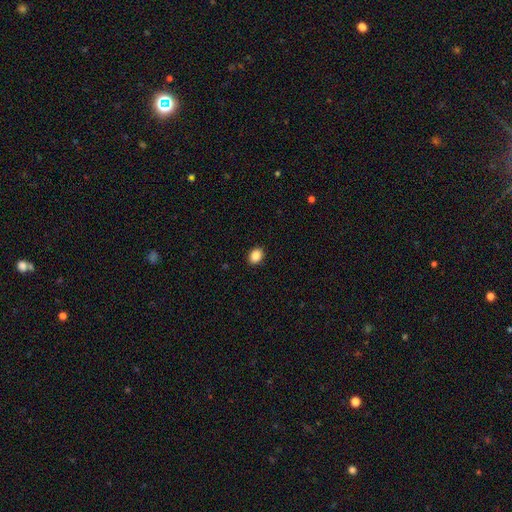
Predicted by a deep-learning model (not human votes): smooth_or_featured: smooth (p=0.89) [alt: star or artifact p=0.08]
how_rounded: in between (p=0.65) [alt: round p=0.34]
merging: none (p=0.91) [alt: minor disturbance p=0.07]